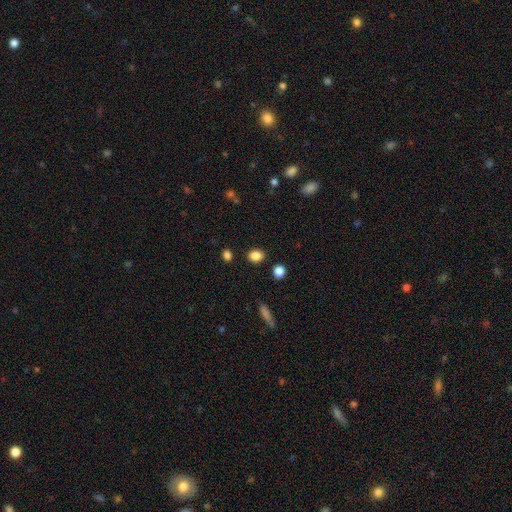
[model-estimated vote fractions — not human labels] Smooth or featured? Predicted: smooth (p=0.85). How rounded? Predicted: in between (p=0.51). Merging? Predicted: none (p=0.86).